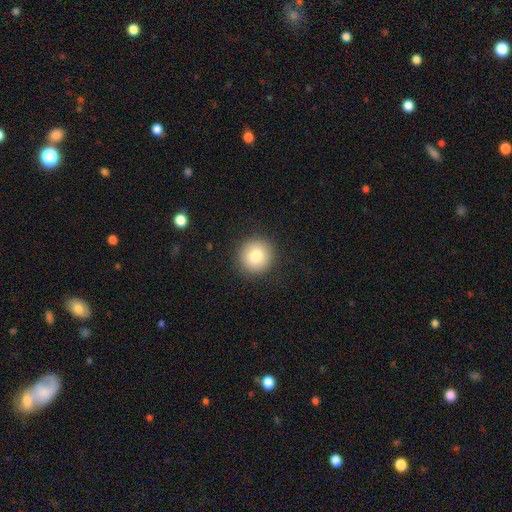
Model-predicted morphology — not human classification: A smooth galaxy with no disk features (81%) that is round (93%). Merging: none (90%).